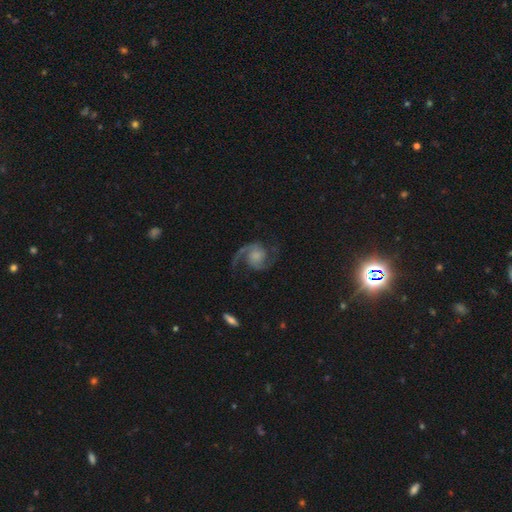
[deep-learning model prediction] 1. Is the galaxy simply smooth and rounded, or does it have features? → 90% featured or disk, 5% smooth, 5% star or artifact.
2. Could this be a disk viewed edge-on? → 98% no, 2% yes.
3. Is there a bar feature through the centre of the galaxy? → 69% no, 25% weak, 6% strong.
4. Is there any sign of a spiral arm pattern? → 98% yes, 2% no.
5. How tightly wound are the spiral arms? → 51% medium, 36% loose, 12% tight.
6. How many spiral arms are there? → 94% 2, 2% 1, 1% can't tell, 1% 3, 1% 4, 1% more than 4.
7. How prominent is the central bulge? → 29% moderate, 25% none, 23% small, 19% large, 4% dominant.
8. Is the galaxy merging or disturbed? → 76% none, 14% minor disturbance, 8% major disturbance, 2% merger.